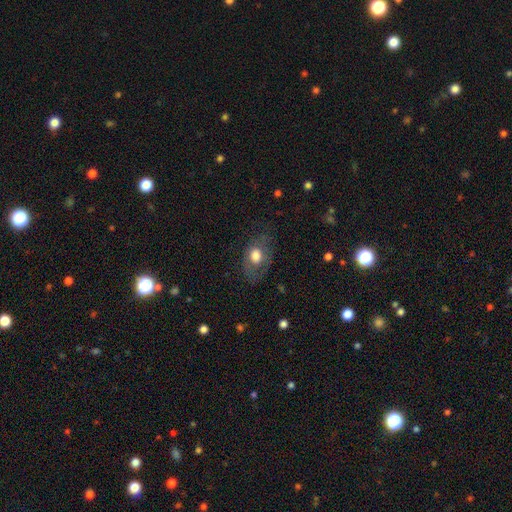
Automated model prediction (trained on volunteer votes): This appears to be a smooth galaxy with no disk features (64%) that is in between round and cigar-shaped (73%). Merging: none (62%).